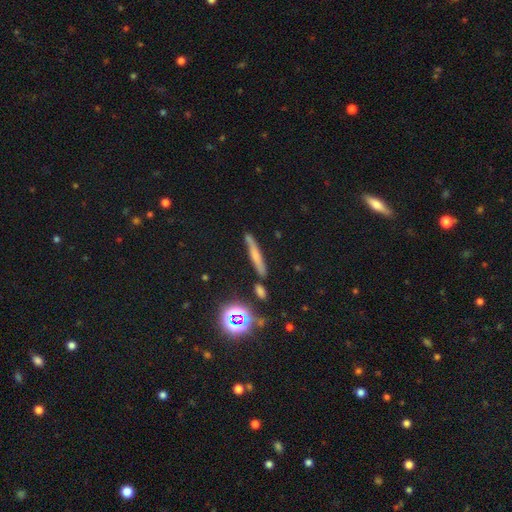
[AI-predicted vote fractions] This appears to be a smooth galaxy with no disk features (49%). Merging: none (80%).